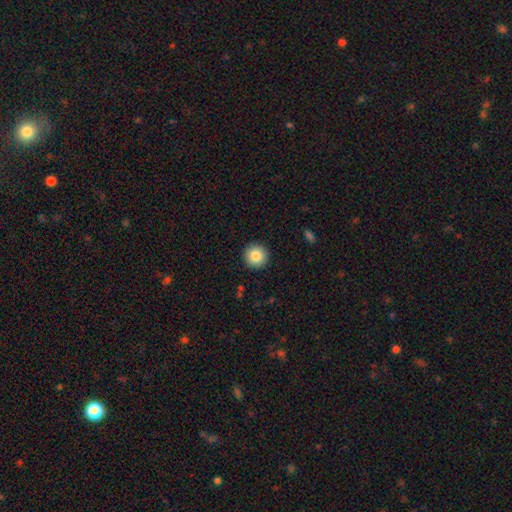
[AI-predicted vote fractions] Q: Smooth or featured?
A: smooth (85%); runner-up: star or artifact (9%)
Q: How rounded?
A: round (96%); runner-up: in between (3%)
Q: Merging?
A: none (92%); runner-up: minor disturbance (5%)